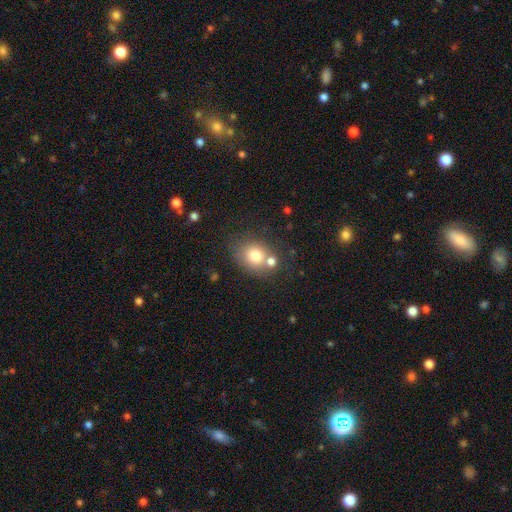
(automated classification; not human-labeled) Smooth or featured: smooth — 76% (featured or disk — 13%)
How rounded: round — 57% (in between — 42%)
Merging: none — 56% (merger — 25%)